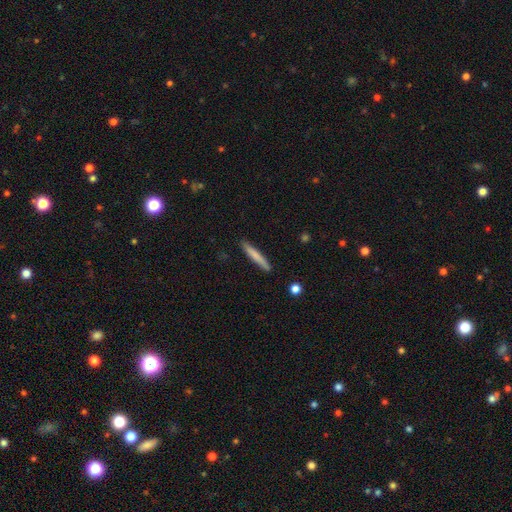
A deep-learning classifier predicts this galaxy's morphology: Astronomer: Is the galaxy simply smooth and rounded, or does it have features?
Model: smooth — 73%.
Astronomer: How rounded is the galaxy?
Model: cigar-shaped — 95%.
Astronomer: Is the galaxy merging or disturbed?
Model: none — 87%.